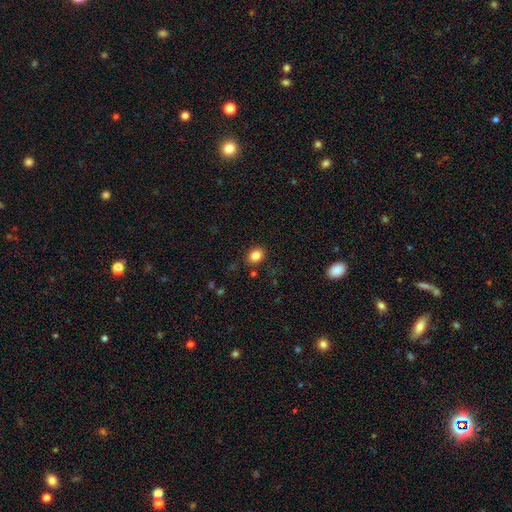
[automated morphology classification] The model was most divided on "how rounded": round: 52%, in between: 47%, cigar-shaped: 1%. More confident: merging — none (86%); smooth or featured — smooth (84%).